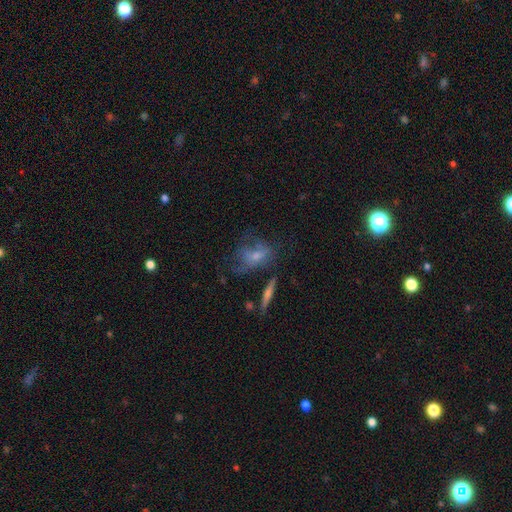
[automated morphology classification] A featured or disk galaxy (47%). Merging: none (49%).